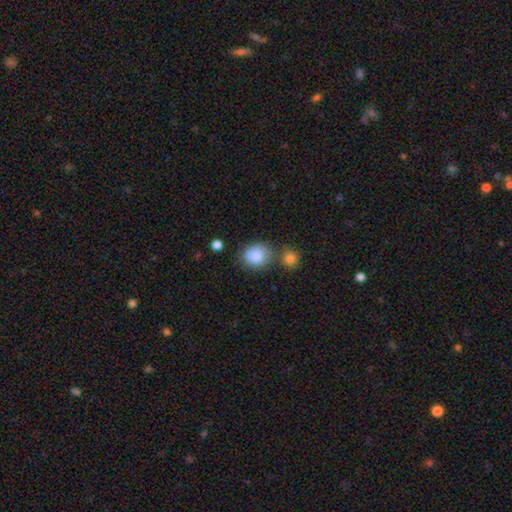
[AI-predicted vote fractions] Smooth or featured? Predicted: smooth (p=0.86). How rounded? Predicted: round (p=0.71). Merging? Predicted: none (p=0.60).